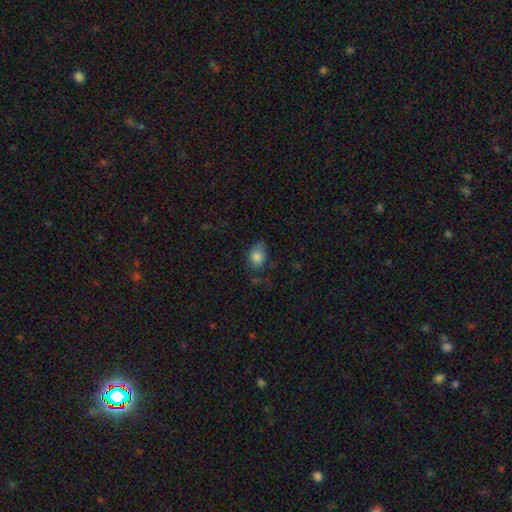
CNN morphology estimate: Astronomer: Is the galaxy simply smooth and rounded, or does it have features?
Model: smooth — 81%.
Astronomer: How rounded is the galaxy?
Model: in between — 59% (runner-up: round, 40%).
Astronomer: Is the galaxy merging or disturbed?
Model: none — 52% (runner-up: minor disturbance, 31%).